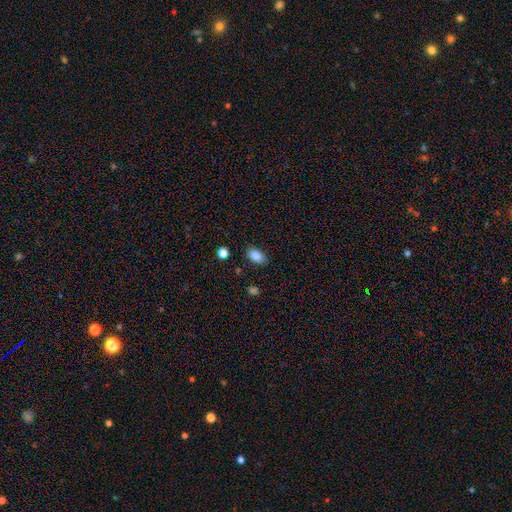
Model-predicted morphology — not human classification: Q: Smooth or featured?
A: smooth (86%); runner-up: star or artifact (8%)
Q: How rounded?
A: in between (90%); runner-up: round (7%)
Q: Merging?
A: none (83%); runner-up: minor disturbance (12%)